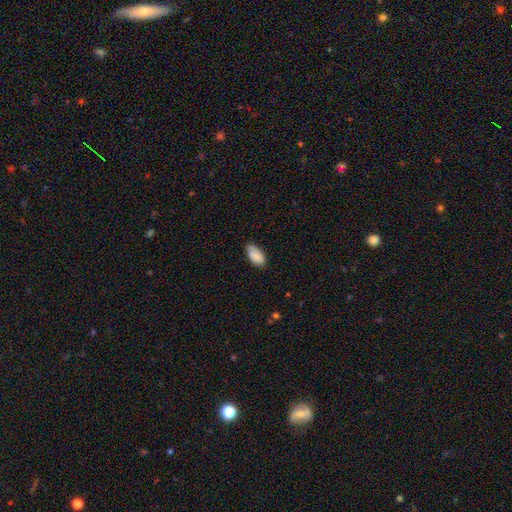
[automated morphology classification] smooth_or_featured: smooth (p=0.88) [alt: star or artifact p=0.06]
how_rounded: in between (p=0.93) [alt: cigar-shaped p=0.04]
merging: none (p=0.73) [alt: minor disturbance p=0.22]